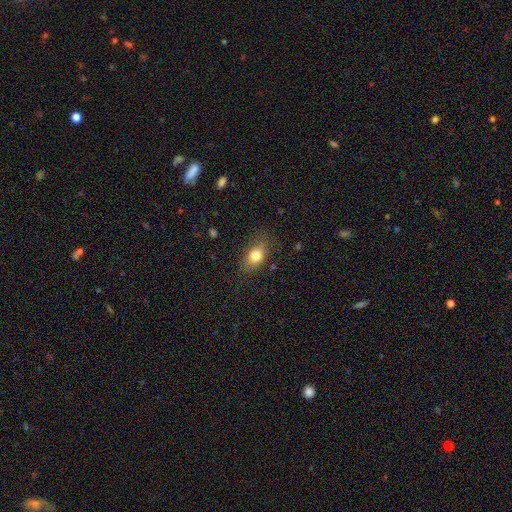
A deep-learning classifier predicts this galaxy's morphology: A smooth galaxy with no disk features (76%) that is in between round and cigar-shaped (75%). Merging: none (77%).